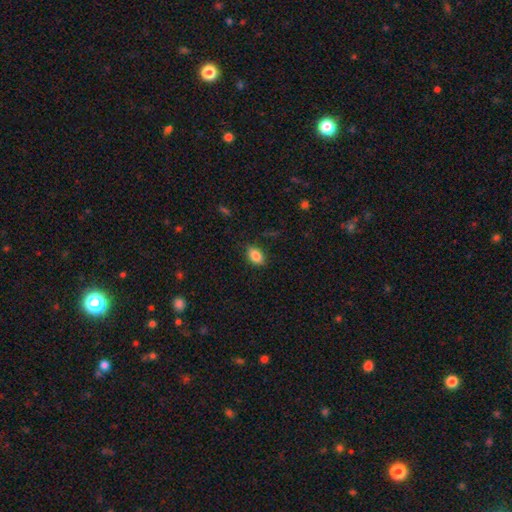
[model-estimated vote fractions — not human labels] smooth_or_featured: smooth (p=0.85) [alt: star or artifact p=0.09]
how_rounded: in between (p=0.88) [alt: round p=0.10]
merging: none (p=0.84) [alt: minor disturbance p=0.12]